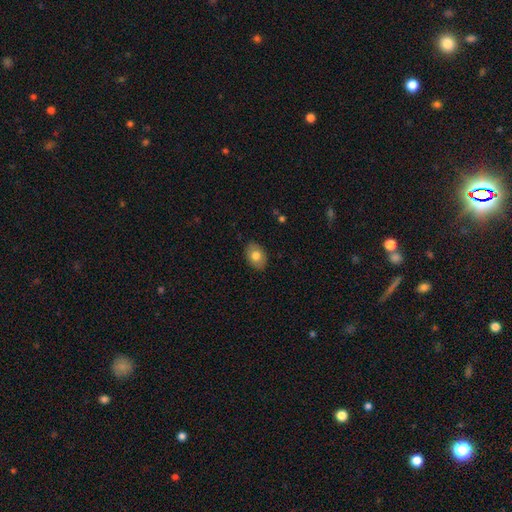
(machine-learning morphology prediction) Smooth or featured? Predicted: smooth (p=0.78). How rounded? Predicted: in between (p=0.78). Merging? Predicted: none (p=0.87).